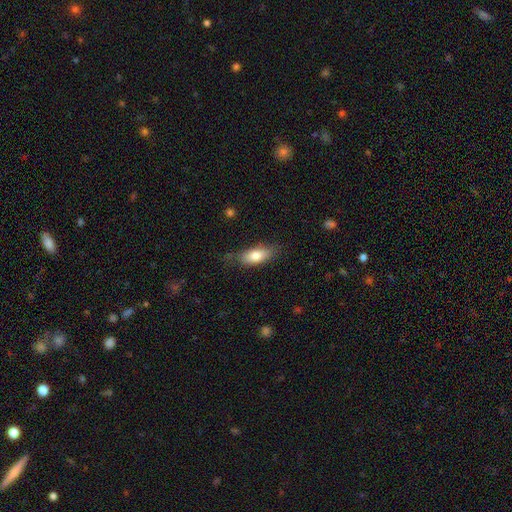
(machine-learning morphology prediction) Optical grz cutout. It shows a smooth galaxy with no disk features (77%) that is in between round and cigar-shaped (81%). Merging: none (70%).